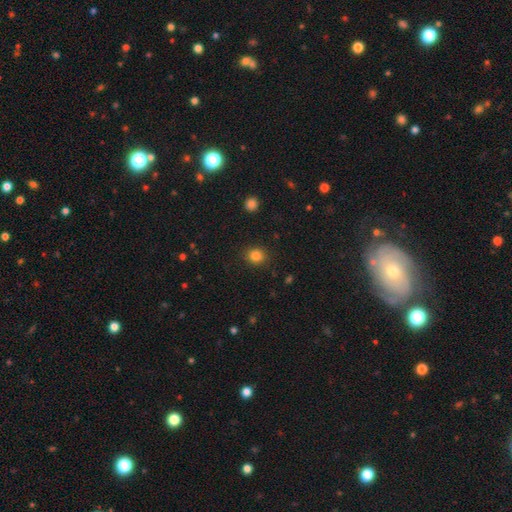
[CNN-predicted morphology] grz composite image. It shows a smooth galaxy with no disk features (84%) that is round (79%). Merging: none (88%).